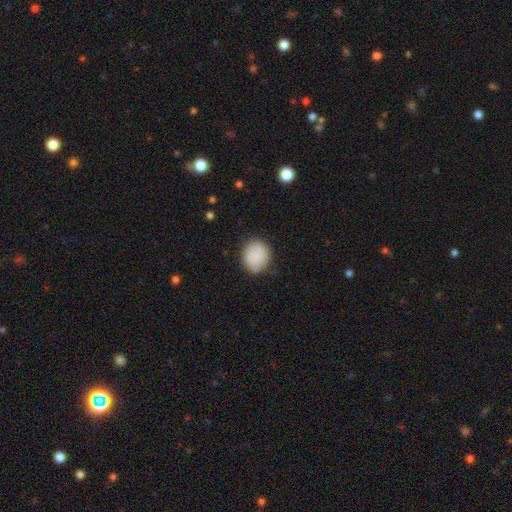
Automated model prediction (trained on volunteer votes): Smooth or featured? smooth (87%)
How rounded? round (73%)
Merging? none (80%)